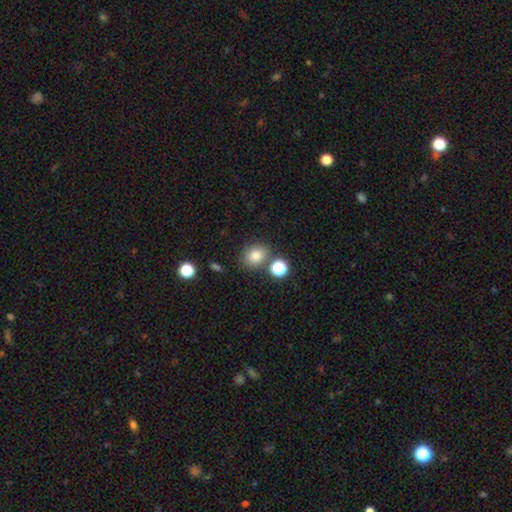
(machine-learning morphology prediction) This is clearly a smooth galaxy (80%). How rounded: likely round (61%). Merging: likely none (76%).